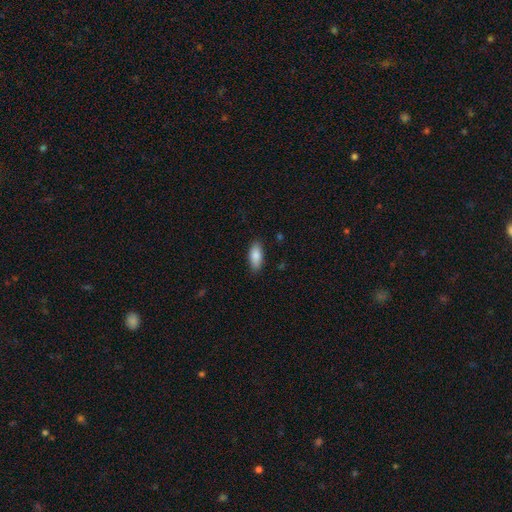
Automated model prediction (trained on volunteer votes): Smooth or featured? smooth (86%)
How rounded? in between (85%)
Merging? none (86%)